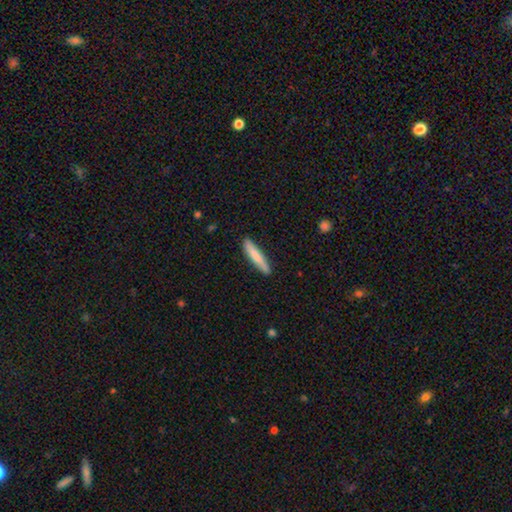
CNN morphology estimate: A smooth galaxy with no disk features (79%) that is cigar-shaped (91%). Merging: none (88%).